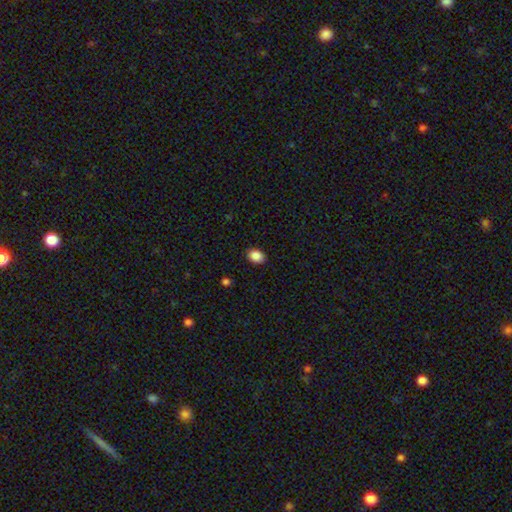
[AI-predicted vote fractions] A smooth galaxy with no disk features (88%) that is in between round and cigar-shaped (70%). Merging: none (90%).